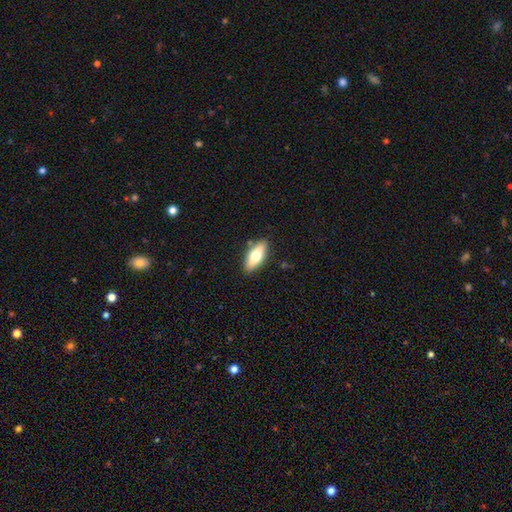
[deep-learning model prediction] This is likely a smooth galaxy (68%). How rounded: likely in between (77%). Merging: clearly none (86%).